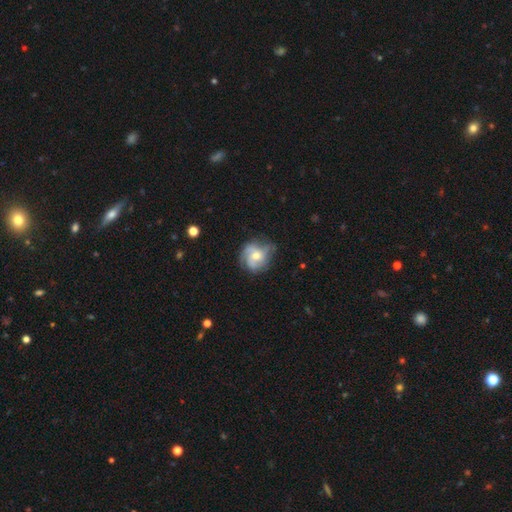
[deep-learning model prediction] Smooth or featured? Predicted: featured or disk (p=0.67). Edge-on disk? Predicted: no (p=0.97). Bar? Predicted: no (p=0.70). Spiral arms? Predicted: yes (p=0.86). Spiral winding? Predicted: medium (p=0.41). Spiral arm count? Predicted: 3 (p=0.36). Bulge size? Predicted: moderate (p=0.60). Merging? Predicted: none (p=0.62).